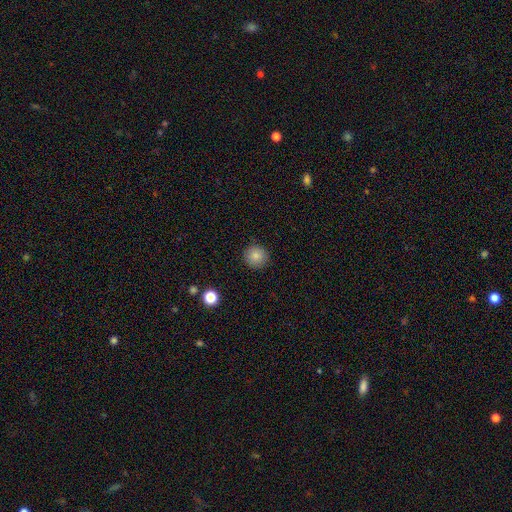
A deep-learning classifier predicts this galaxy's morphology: A smooth galaxy with no disk features (84%) that is round (94%).

Vote fractions:
- Smooth or featured? smooth: 84% / star or artifact: 10% / featured or disk: 6%
- How rounded? round: 94% / in between: 5% / cigar-shaped: 1%
- Merging? none: 90% / minor disturbance: 7% / major disturbance: 2% / merger: 1%